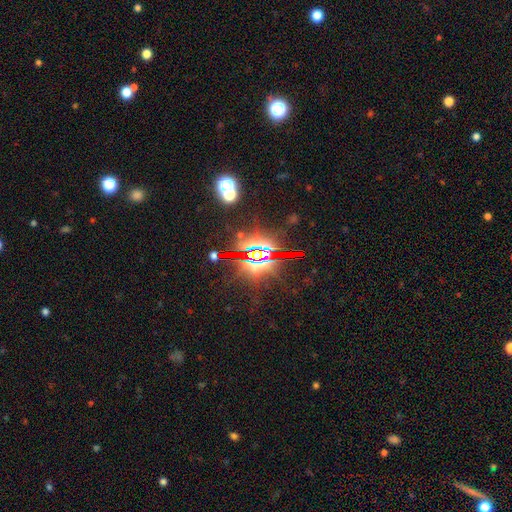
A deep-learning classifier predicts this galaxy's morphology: This is likely a star or artifact rather than a galaxy (80%).